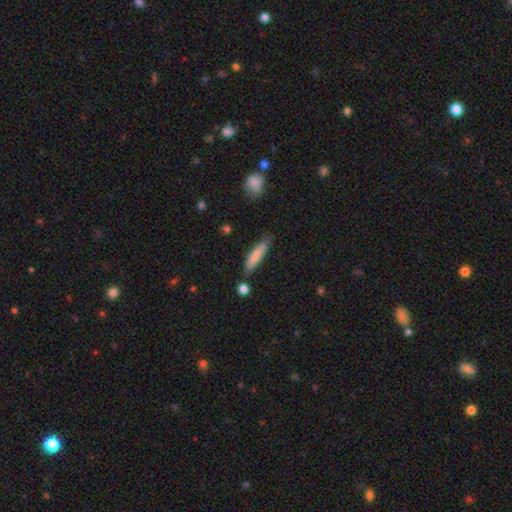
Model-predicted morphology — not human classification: This is likely a smooth galaxy (78%). How rounded: likely cigar-shaped (77%). Merging: likely none (73%).